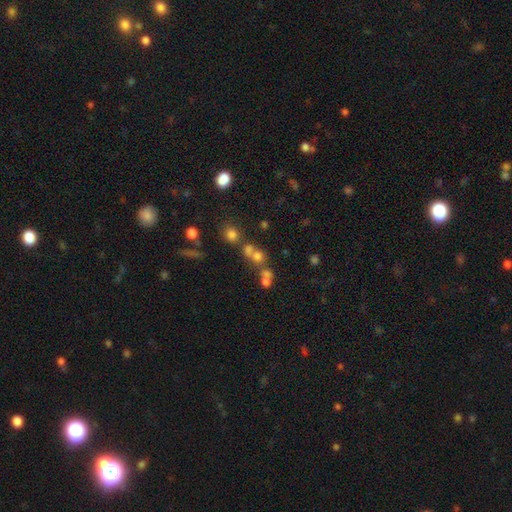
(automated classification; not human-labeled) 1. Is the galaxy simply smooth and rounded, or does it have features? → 43% smooth, 39% star or artifact, 18% featured or disk.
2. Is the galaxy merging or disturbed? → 45% none, 41% merger, 8% minor disturbance, 7% major disturbance.